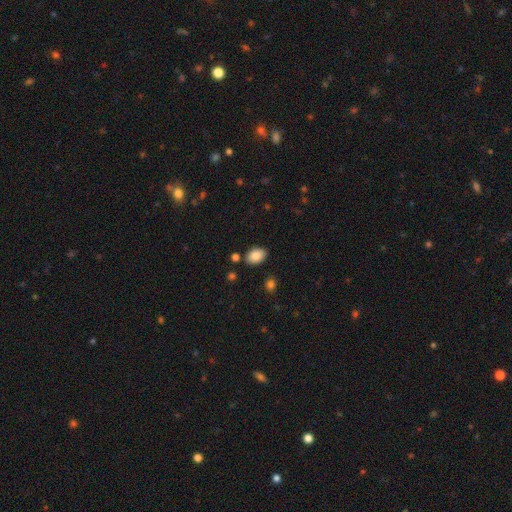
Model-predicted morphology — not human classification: A smooth galaxy with no disk features (87%) that is in between round and cigar-shaped (84%).

Vote fractions:
- Smooth or featured? smooth: 87% / star or artifact: 8% / featured or disk: 5%
- How rounded? in between: 84% / round: 15% / cigar-shaped: 1%
- Merging? none: 83% / minor disturbance: 11% / merger: 4% / major disturbance: 3%